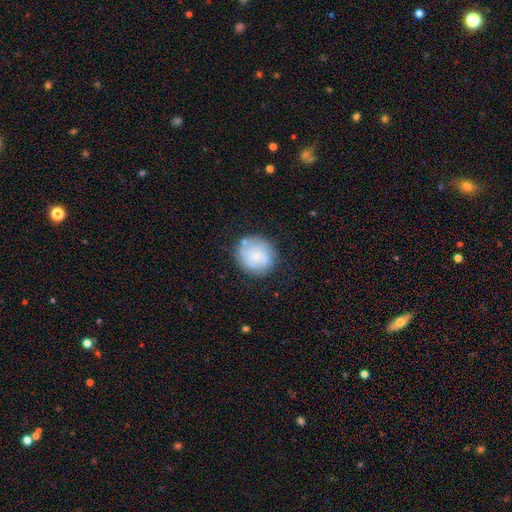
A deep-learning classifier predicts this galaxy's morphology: Smooth or featured: smooth — 59% (featured or disk — 32%)
How rounded: round — 82% (in between — 17%)
Merging: none — 70% (minor disturbance — 19%)